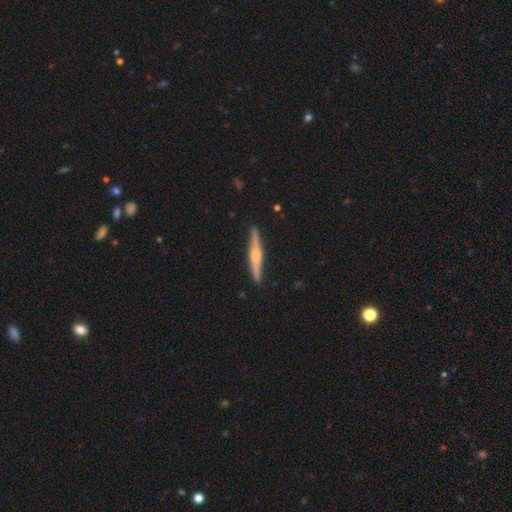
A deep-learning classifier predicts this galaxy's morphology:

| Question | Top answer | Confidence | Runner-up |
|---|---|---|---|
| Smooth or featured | featured or disk | 70% | smooth (25%) |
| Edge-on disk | yes | 98% | no (2%) |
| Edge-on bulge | rounded | 77% | boxy (16%) |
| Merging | none | 89% | minor disturbance (8%) |